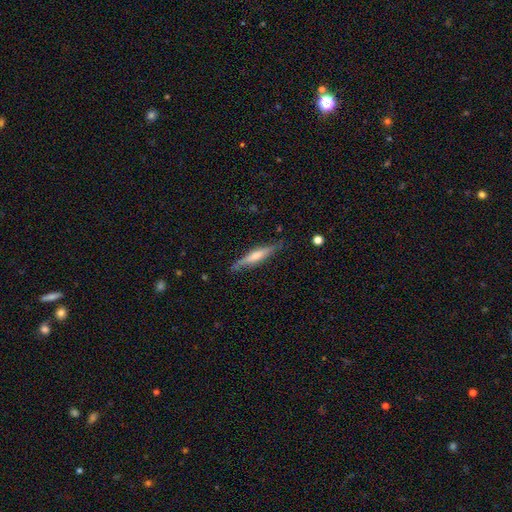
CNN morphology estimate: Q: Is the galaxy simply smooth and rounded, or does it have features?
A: featured or disk — 56%.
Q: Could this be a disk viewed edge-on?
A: yes — 93%.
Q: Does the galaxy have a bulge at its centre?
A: rounded — 63%.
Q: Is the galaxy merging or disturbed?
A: none — 82%.